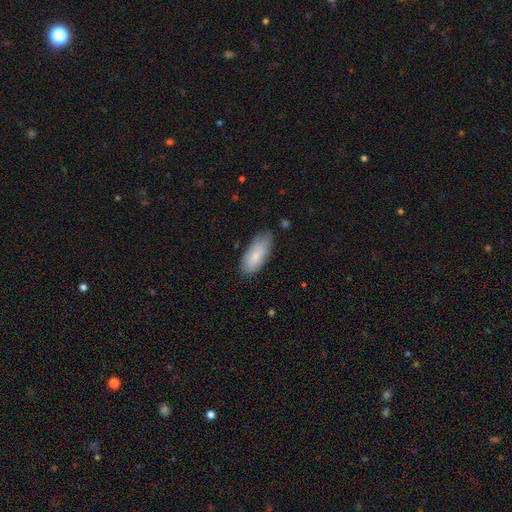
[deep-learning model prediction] A smooth galaxy with no disk features (82%) that is in between round and cigar-shaped (83%).

Vote fractions:
- Smooth or featured? smooth: 82% / featured or disk: 12% / star or artifact: 6%
- How rounded? in between: 83% / cigar-shaped: 16% / round: 2%
- Merging? none: 71% / minor disturbance: 24% / major disturbance: 4% / merger: 2%